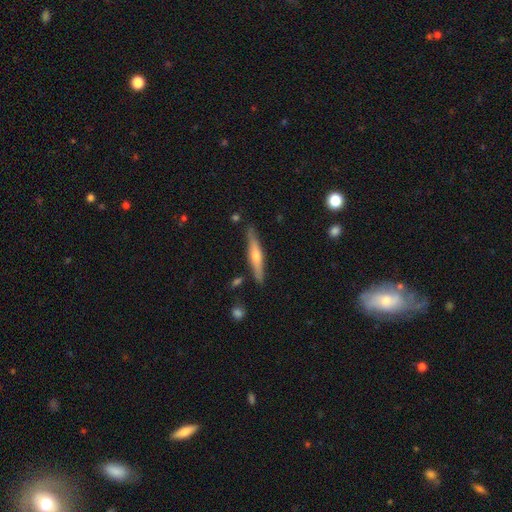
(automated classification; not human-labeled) This is likely a featured or disk galaxy (61%). It is clearly viewed edge-on (96%). Edge-on bulge: clearly rounded (86%). Merging: clearly none (86%).